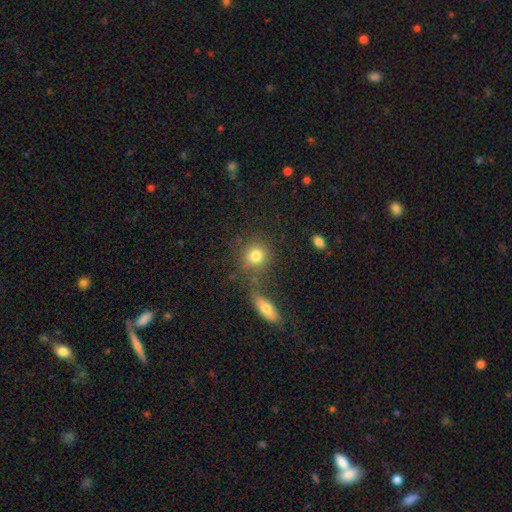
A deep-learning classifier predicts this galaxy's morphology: Smooth or featured?
  - smooth: 79% *
  - star or artifact: 12%
  - featured or disk: 9%
How rounded?
  - round: 80% *
  - in between: 18%
  - cigar-shaped: 2%
Merging?
  - none: 67% *
  - merger: 18%
  - minor disturbance: 10%
  - major disturbance: 5%